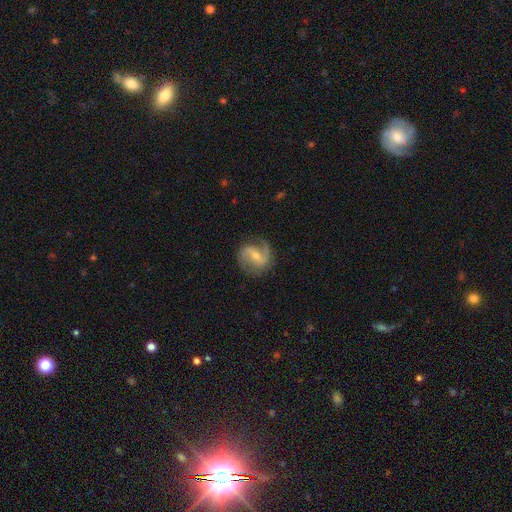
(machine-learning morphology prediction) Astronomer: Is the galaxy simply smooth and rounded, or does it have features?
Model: featured or disk — 87%.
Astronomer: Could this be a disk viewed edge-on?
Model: no — 98%.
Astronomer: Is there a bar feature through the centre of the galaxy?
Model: weak — 47% (runner-up: strong, 33%).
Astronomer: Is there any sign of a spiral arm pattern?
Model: yes — 96%.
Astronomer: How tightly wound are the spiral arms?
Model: medium — 50% (runner-up: loose, 30%).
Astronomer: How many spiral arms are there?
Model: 2 — 84%.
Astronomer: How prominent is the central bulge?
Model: small — 53% (runner-up: moderate, 43%).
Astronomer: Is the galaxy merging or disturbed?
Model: none — 78%.